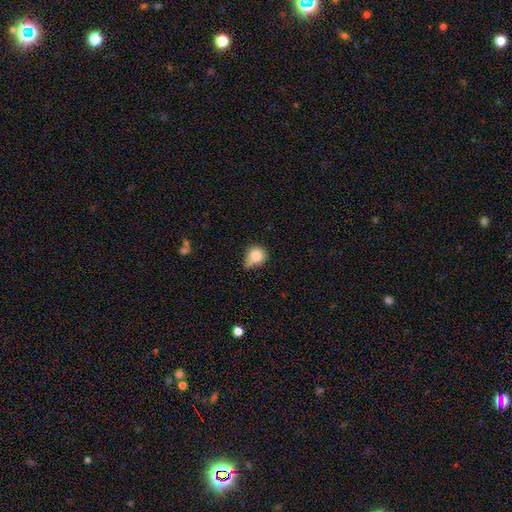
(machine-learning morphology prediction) A smooth galaxy with no disk features (81%) that is round (77%). Merging: minor disturbance (43%).